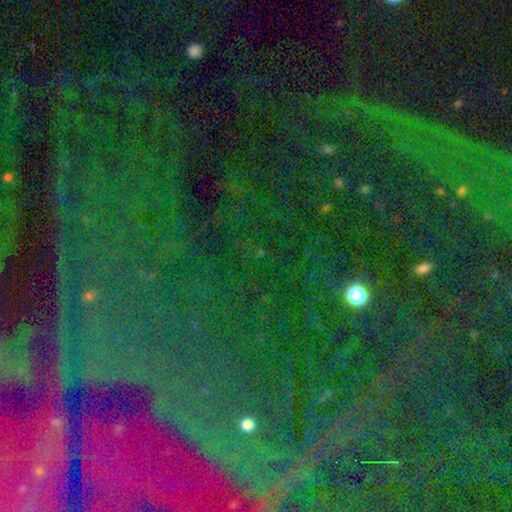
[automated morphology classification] Smooth or featured? Predicted: star or artifact (p=0.77).